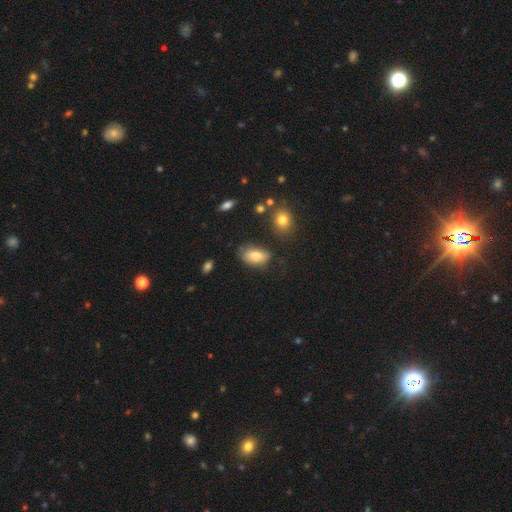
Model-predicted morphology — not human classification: A smooth galaxy with no disk features (79%) that is in between round and cigar-shaped (90%). Merging: none (64%).